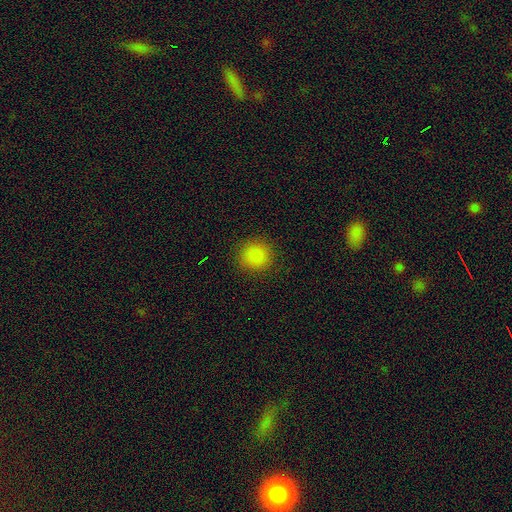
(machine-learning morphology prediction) This is clearly a smooth galaxy (86%). How rounded: clearly round (91%). Merging: clearly none (90%).